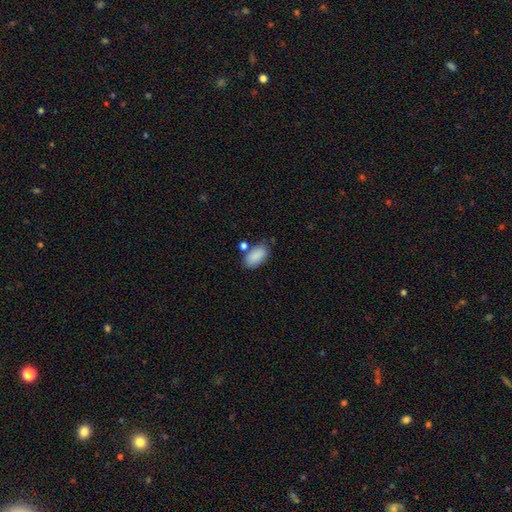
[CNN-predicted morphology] type=smooth (88%); roundness=in between (94%); merging=none (68%).